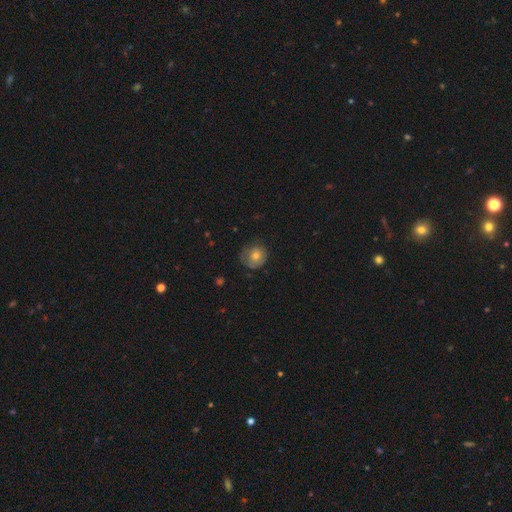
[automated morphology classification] Smooth or featured? smooth (69%)
How rounded? round (88%)
Merging? none (67%)